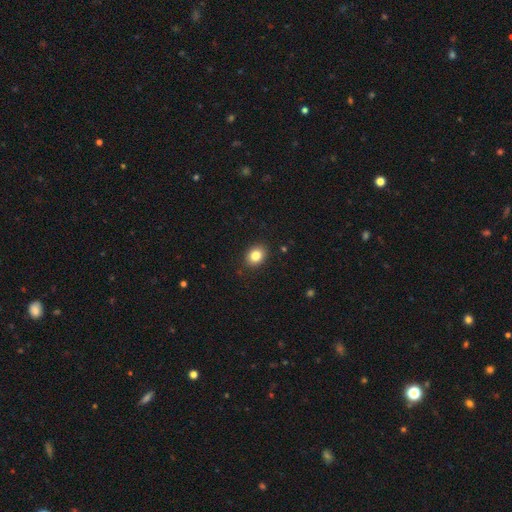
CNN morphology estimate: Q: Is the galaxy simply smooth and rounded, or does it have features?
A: smooth — 83%.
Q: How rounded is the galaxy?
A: in between — 52%.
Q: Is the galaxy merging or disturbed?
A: none — 89%.